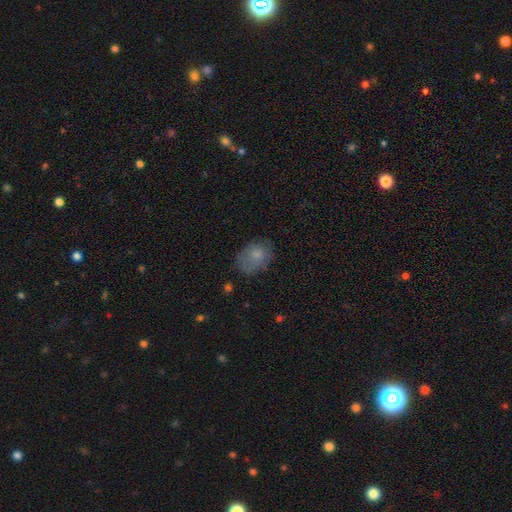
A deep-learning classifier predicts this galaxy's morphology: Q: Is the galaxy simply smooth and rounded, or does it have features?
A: smooth — 78%.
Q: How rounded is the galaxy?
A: in between — 72%.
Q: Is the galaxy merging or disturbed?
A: none — 62%.